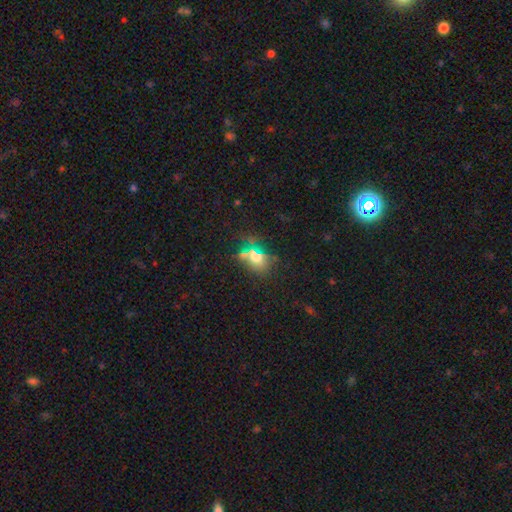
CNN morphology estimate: type=smooth (60%); roundness=in between (54%); merging=none (62%).